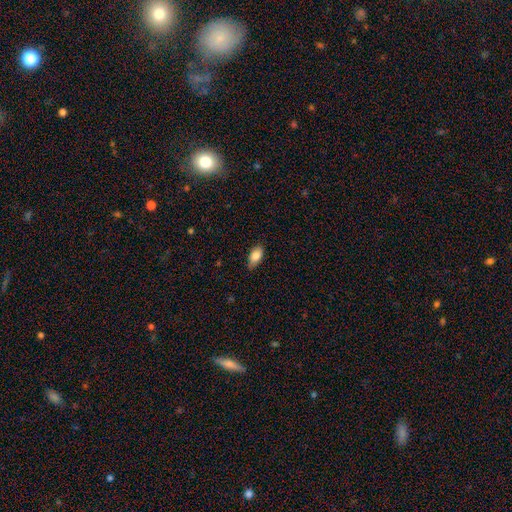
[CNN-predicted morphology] Smooth or featured?
  - smooth: 84% *
  - featured or disk: 9%
  - star or artifact: 7%
How rounded?
  - in between: 89% *
  - cigar-shaped: 7%
  - round: 4%
Merging?
  - none: 81% *
  - minor disturbance: 15%
  - major disturbance: 3%
  - merger: 1%